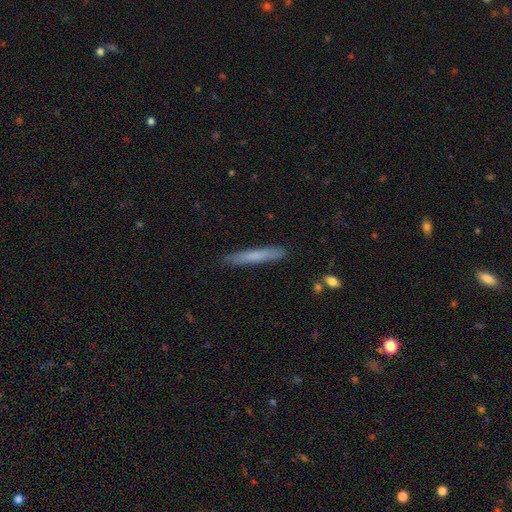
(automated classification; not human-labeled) This is likely a smooth galaxy (69%). How rounded: clearly cigar-shaped (95%). Merging: clearly none (88%).